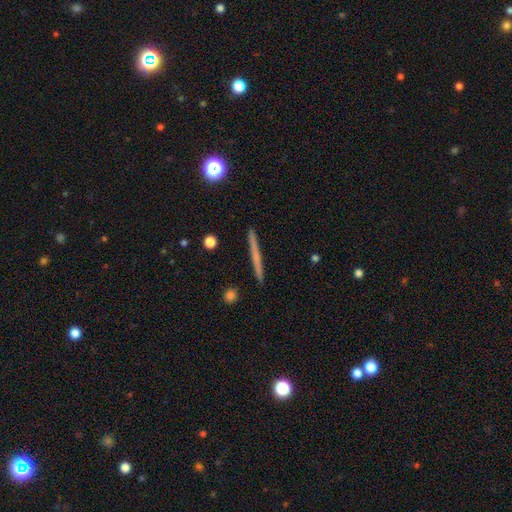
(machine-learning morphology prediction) type=featured or disk (47%); merging=none (92%).